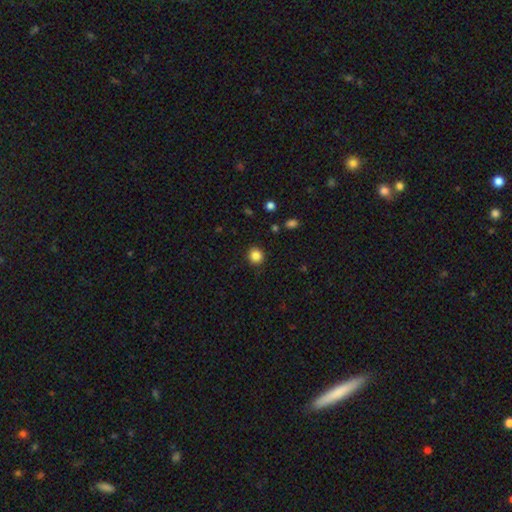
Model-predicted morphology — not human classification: This is clearly a smooth galaxy (86%). How rounded: clearly round (90%). Merging: clearly none (90%).